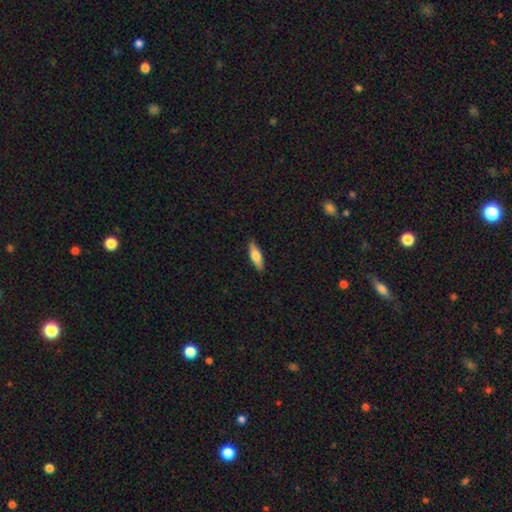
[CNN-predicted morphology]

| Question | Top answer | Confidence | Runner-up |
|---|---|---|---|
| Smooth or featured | smooth | 66% | featured or disk (28%) |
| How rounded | in between | 53% | cigar-shaped (44%) |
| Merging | none | 88% | minor disturbance (9%) |